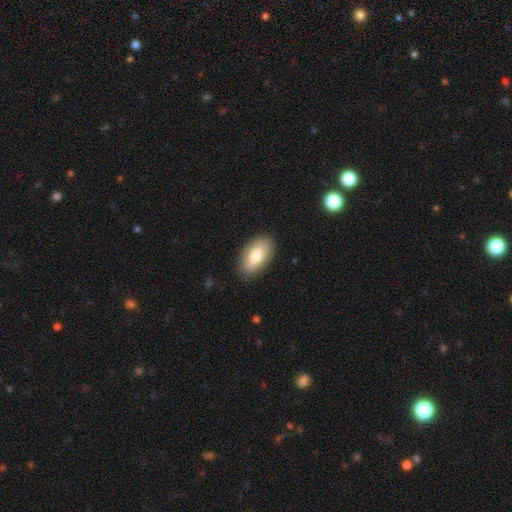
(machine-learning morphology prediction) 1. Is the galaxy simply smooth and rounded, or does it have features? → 75% smooth, 18% featured or disk, 6% star or artifact.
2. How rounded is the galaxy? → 93% in between, 4% cigar-shaped, 4% round.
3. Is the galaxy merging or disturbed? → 88% none, 9% minor disturbance, 2% major disturbance, 1% merger.